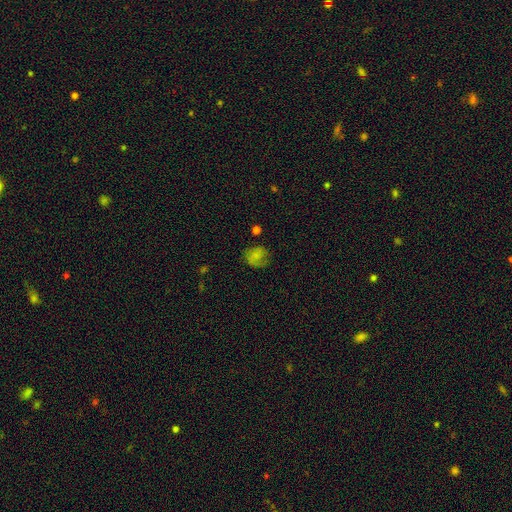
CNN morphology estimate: Smooth or featured: smooth — 66% (featured or disk — 21%)
How rounded: round — 67% (in between — 32%)
Merging: none — 58% (minor disturbance — 25%)